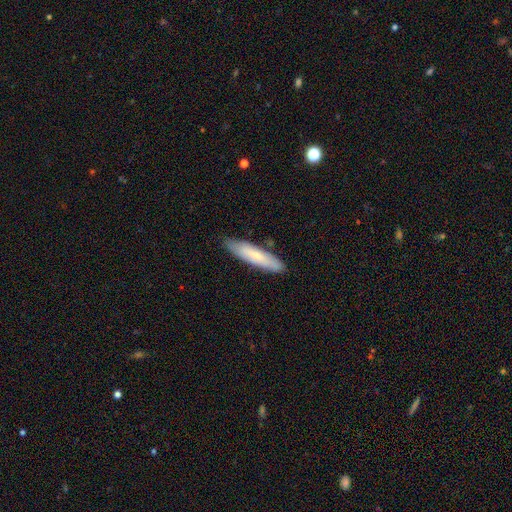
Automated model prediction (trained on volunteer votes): Smooth or featured? smooth (66%)
How rounded? cigar-shaped (79%)
Merging? none (84%)